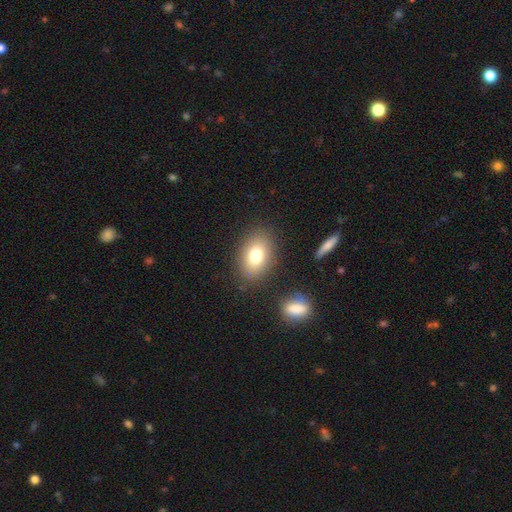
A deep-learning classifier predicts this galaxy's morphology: This is likely a smooth galaxy (77%). How rounded: clearly in between (81%). Merging: clearly none (84%).